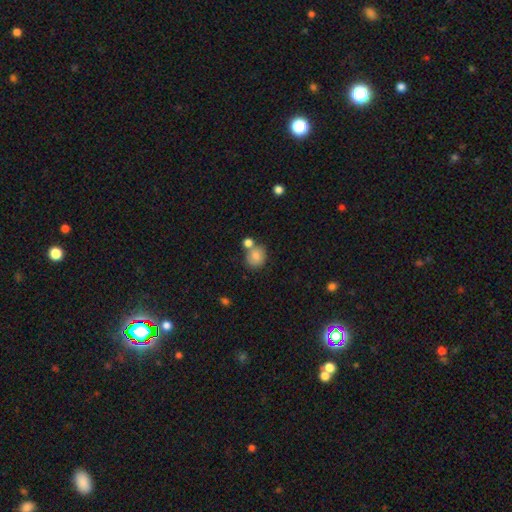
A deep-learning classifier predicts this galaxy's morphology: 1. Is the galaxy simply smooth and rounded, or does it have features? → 79% smooth, 12% featured or disk, 9% star or artifact.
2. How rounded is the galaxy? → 78% round, 21% in between, 1% cigar-shaped.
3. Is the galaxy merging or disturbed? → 54% none, 29% merger, 13% minor disturbance, 4% major disturbance.